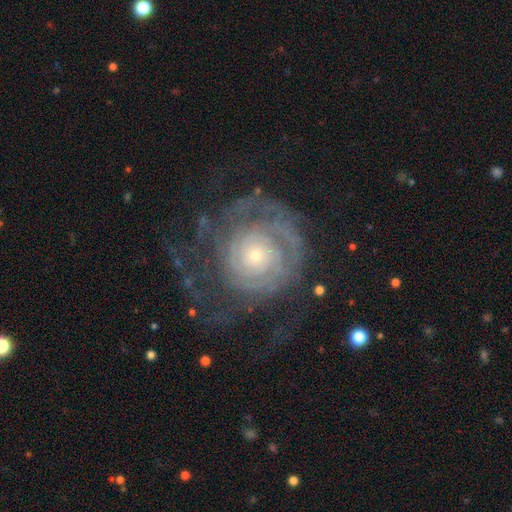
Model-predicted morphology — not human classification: A featured or disk galaxy (84%) with no bar (81%), tight (77%) spiral arms (93%) and a small central bulge (71%). Merging: none (60%).